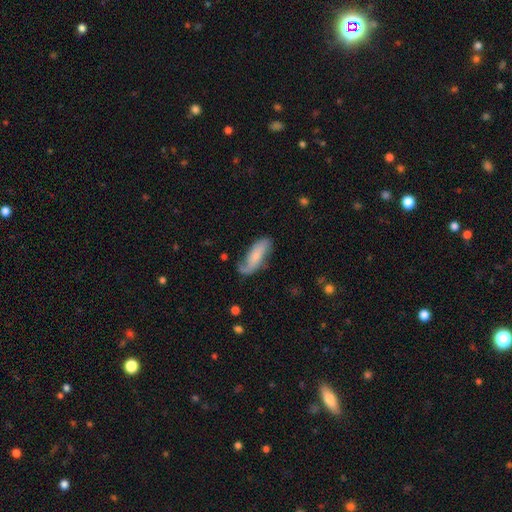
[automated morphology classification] smooth_or_featured: featured or disk (p=0.49) [alt: smooth p=0.45]
merging: none (p=0.53) [alt: minor disturbance p=0.28]